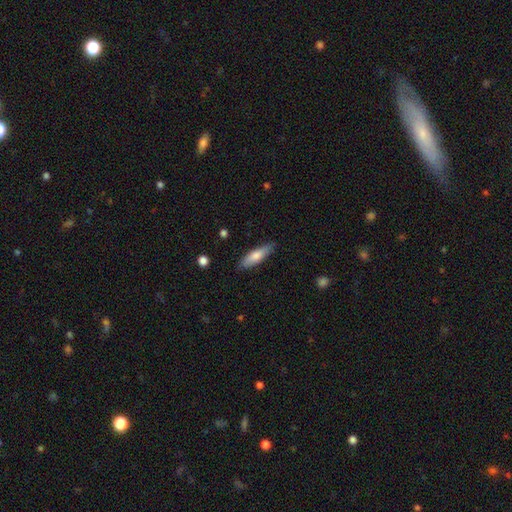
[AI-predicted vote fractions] A smooth galaxy with no disk features (73%) that is cigar-shaped (61%). Merging: none (84%).